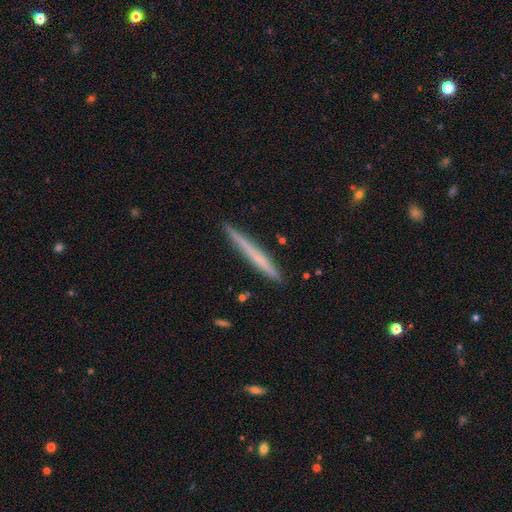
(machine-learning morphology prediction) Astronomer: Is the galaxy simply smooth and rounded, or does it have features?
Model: smooth — 55% (runner-up: featured or disk, 39%).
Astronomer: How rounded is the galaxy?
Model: cigar-shaped — 97%.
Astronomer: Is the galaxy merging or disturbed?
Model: none — 90%.